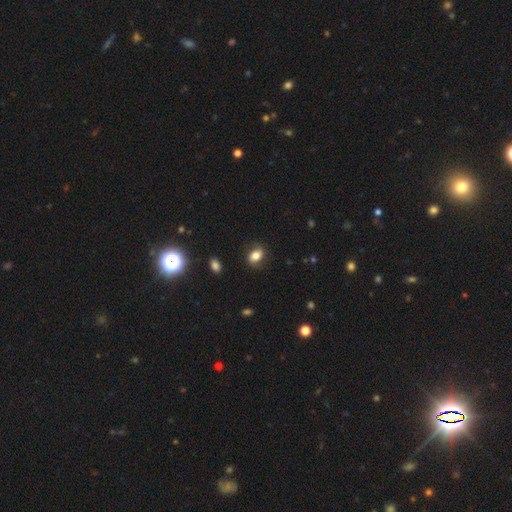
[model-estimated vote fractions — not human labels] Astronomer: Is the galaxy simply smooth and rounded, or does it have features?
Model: smooth — 75%.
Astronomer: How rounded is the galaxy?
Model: in between — 69%.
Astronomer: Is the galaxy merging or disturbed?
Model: none — 79%.